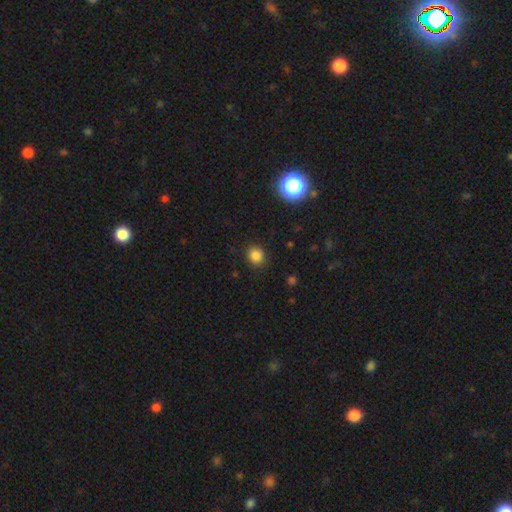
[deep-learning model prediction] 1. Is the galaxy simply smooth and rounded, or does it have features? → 83% smooth, 13% star or artifact, 4% featured or disk.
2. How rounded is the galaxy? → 82% round, 17% in between, 1% cigar-shaped.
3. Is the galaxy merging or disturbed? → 88% none, 8% minor disturbance, 3% major disturbance, 1% merger.